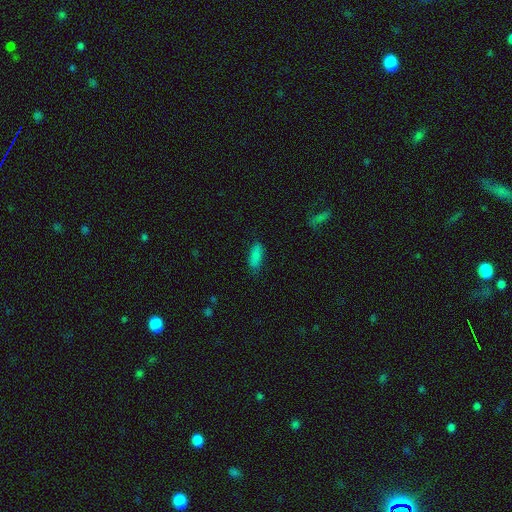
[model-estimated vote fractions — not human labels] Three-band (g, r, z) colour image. It shows a smooth galaxy with no disk features (84%) that is in between round and cigar-shaped (74%). Merging: none (78%).